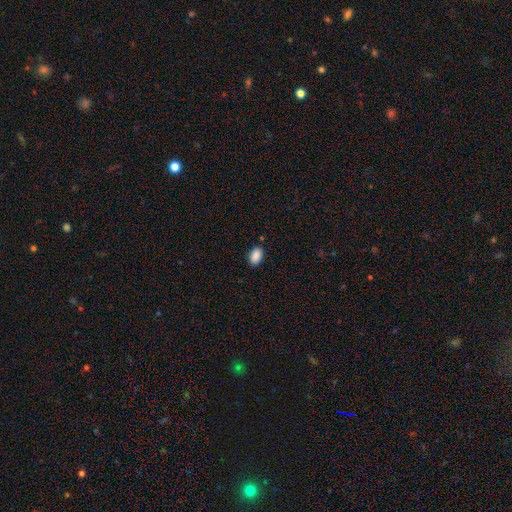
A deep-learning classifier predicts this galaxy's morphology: smooth 89%, star or artifact 8%, featured or disk 3%. Down the decision tree: how rounded — in between (85%); merging — none (85%).